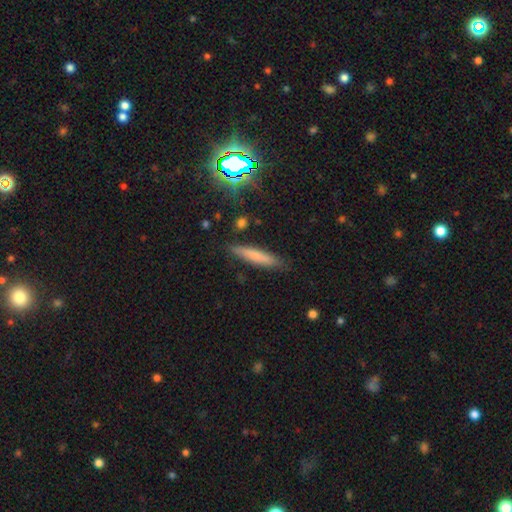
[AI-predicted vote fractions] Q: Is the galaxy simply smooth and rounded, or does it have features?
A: smooth — 68%.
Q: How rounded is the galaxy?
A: cigar-shaped — 87%.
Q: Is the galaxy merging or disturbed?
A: none — 85%.